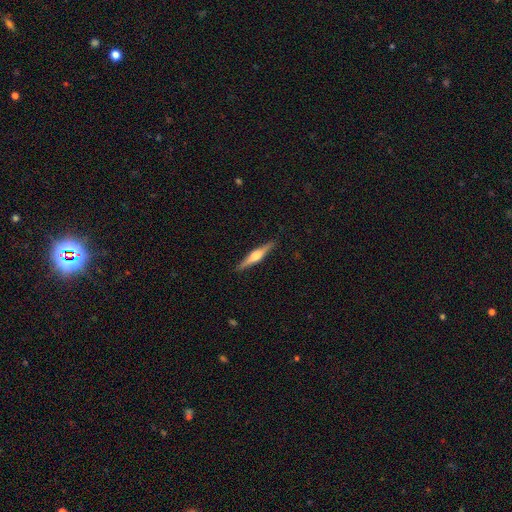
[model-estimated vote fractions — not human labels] A featured or disk galaxy (70%) viewed edge-on (98%) with a rounded central bulge (89%). Merging: none (91%).